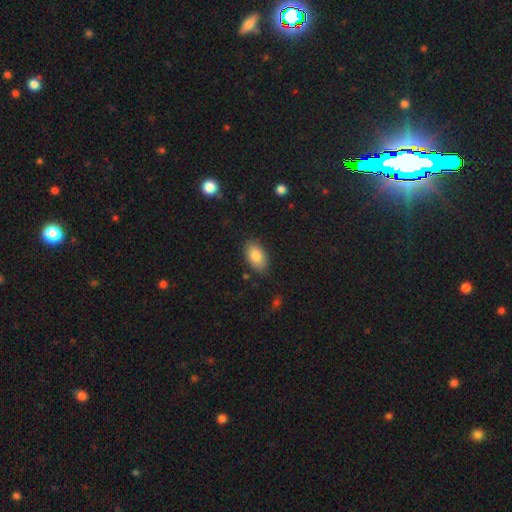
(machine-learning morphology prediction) Overall: smooth (83%). How rounded: in between (93%). Merging: none (84%).